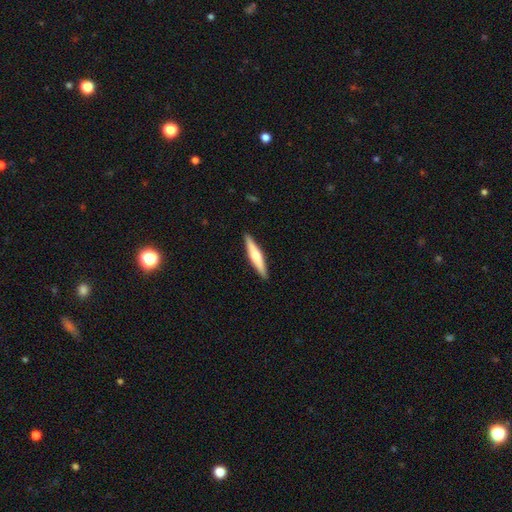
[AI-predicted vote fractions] This appears to be a featured or disk galaxy (50%) viewed edge-on (96%). Merging: none (91%).